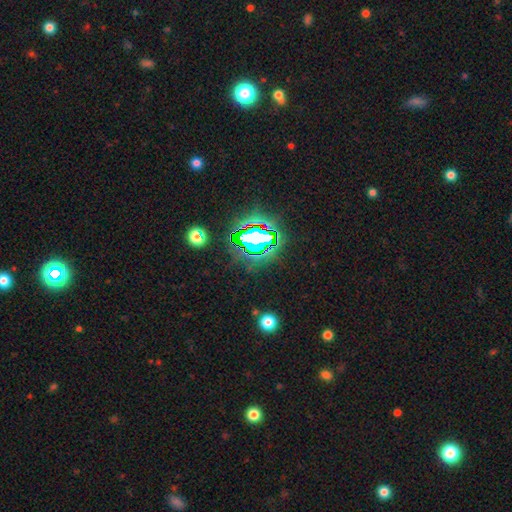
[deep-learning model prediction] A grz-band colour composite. It shows a star or artifact, not a galaxy (82%).